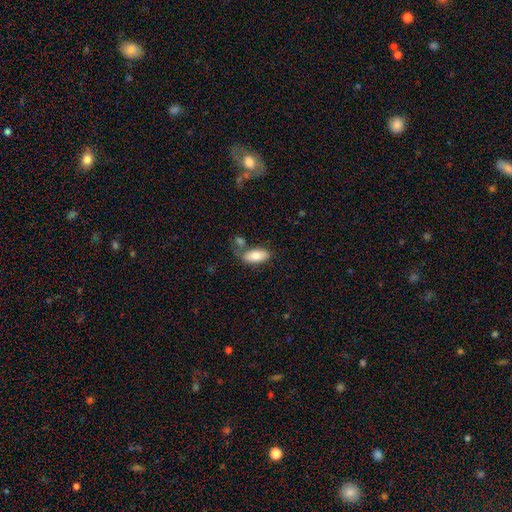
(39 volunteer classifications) smooth_or_featured: smooth (p=0.77) [alt: featured or disk p=0.13]
how_rounded: in between (p=0.77) [alt: cigar-shaped p=0.17]
merging: none (p=0.71) [alt: merger p=0.17]